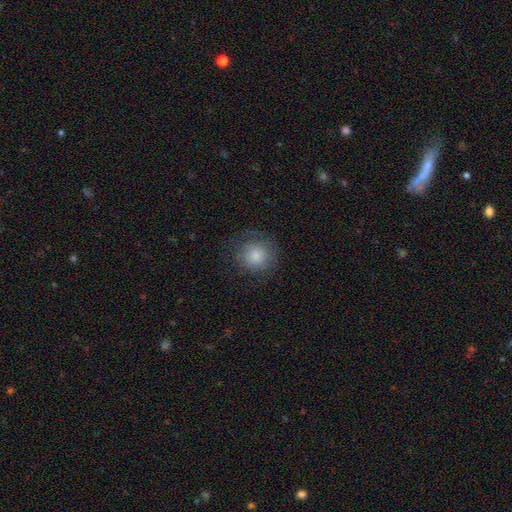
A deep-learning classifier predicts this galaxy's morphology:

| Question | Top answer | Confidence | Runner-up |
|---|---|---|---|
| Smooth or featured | smooth | 80% | featured or disk (12%) |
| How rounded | round | 92% | in between (7%) |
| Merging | none | 73% | minor disturbance (16%) |